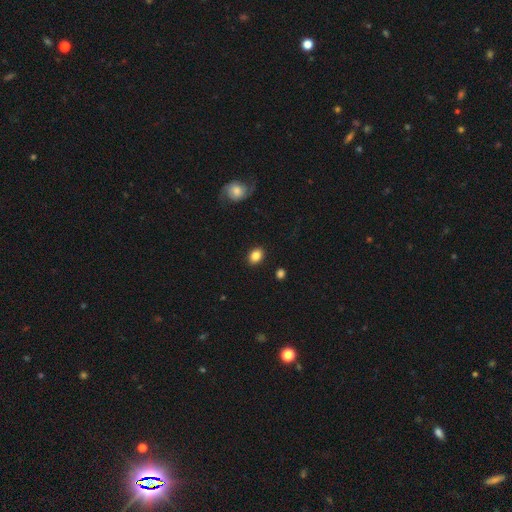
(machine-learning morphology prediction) smooth 86%, star or artifact 9%, featured or disk 6%. Down the decision tree: how rounded — in between (61%); merging — none (89%).